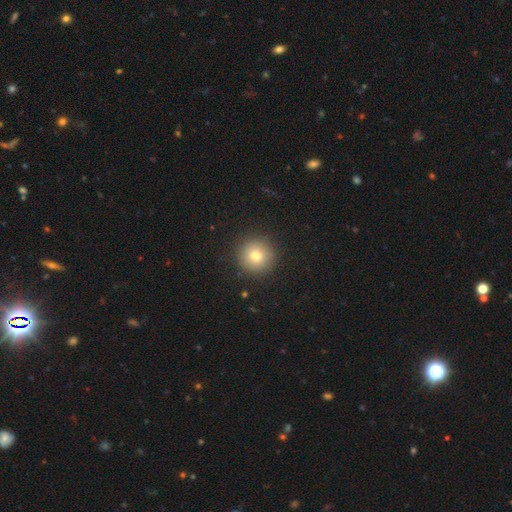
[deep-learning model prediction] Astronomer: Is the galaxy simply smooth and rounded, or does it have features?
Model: smooth — 77%.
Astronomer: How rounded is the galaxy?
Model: round — 96%.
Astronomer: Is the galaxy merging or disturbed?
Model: none — 92%.